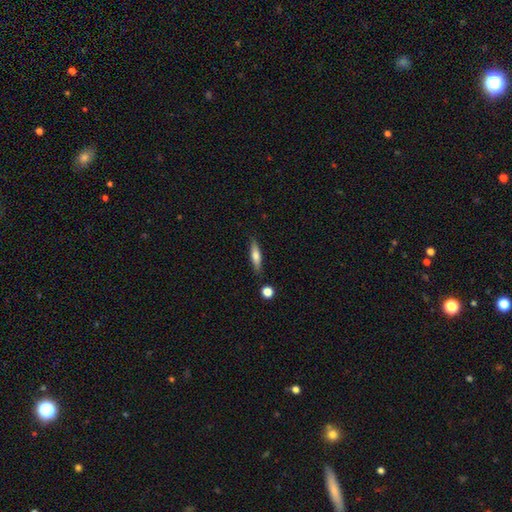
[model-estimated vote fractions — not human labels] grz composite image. It shows a smooth galaxy with no disk features (60%) that is cigar-shaped (73%). Merging: none (84%).